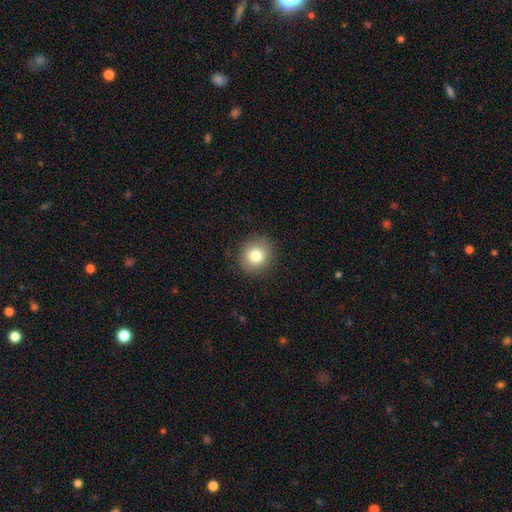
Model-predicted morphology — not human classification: smooth-or-featured: smooth: 80% | star or artifact: 10% | featured or disk: 10%
  how-rounded: round: 85% | in between: 14% | cigar-shaped: 1%
  merging: none: 89% | minor disturbance: 7% | major disturbance: 2% | merger: 1%